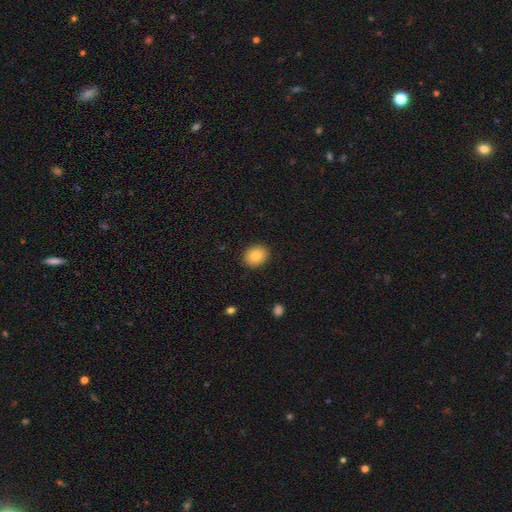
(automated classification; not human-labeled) This is clearly a smooth galaxy (82%). How rounded: possibly round (54%). Merging: clearly none (89%).